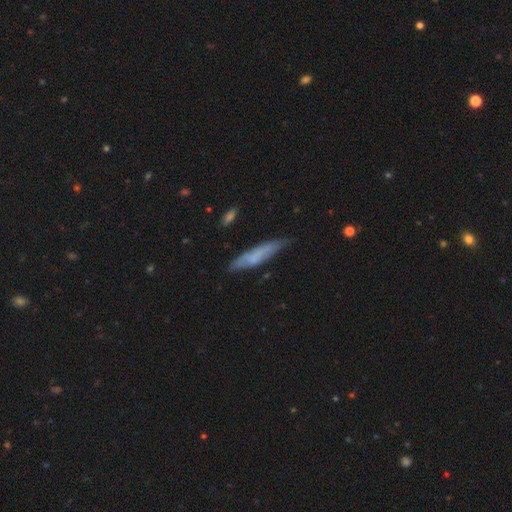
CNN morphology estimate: A smooth galaxy with no disk features (60%) that is cigar-shaped (81%).

Vote fractions:
- Smooth or featured? smooth: 60% / featured or disk: 33% / star or artifact: 7%
- How rounded? cigar-shaped: 81% / in between: 17% / round: 2%
- Merging? none: 68% / minor disturbance: 24% / major disturbance: 6% / merger: 3%